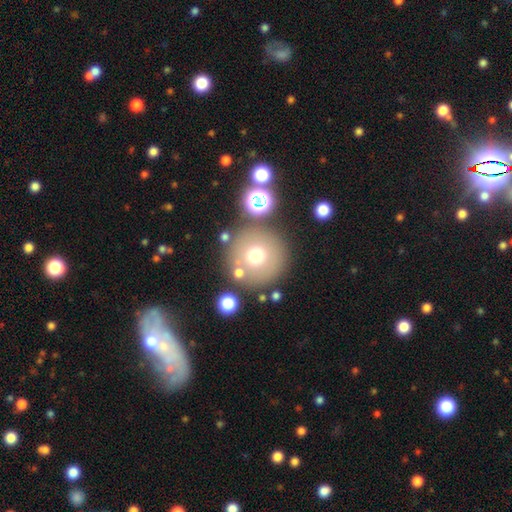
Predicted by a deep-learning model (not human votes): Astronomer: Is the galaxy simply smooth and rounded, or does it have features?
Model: smooth — 66%.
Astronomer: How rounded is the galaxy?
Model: round — 96%.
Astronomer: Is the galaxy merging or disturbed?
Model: none — 79%.